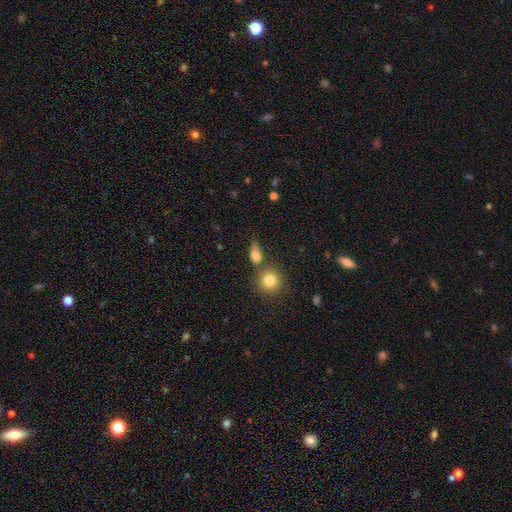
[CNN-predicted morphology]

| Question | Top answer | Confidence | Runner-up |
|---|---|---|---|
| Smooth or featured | smooth | 80% | star or artifact (11%) |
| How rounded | in between | 65% | round (27%) |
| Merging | none | 54% | merger (20%) |